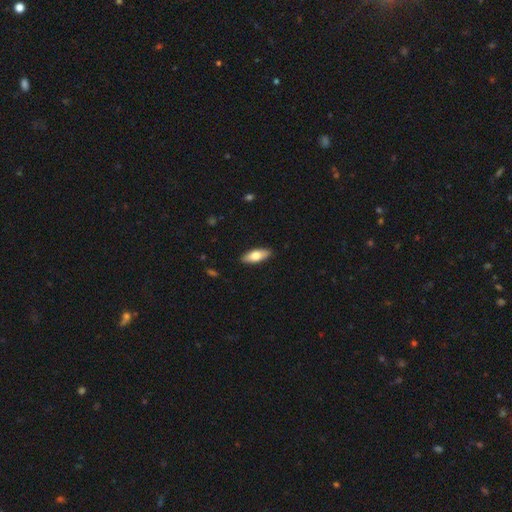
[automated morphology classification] This appears to be a smooth galaxy with no disk features (71%) that is in between round and cigar-shaped (73%). Merging: none (89%).